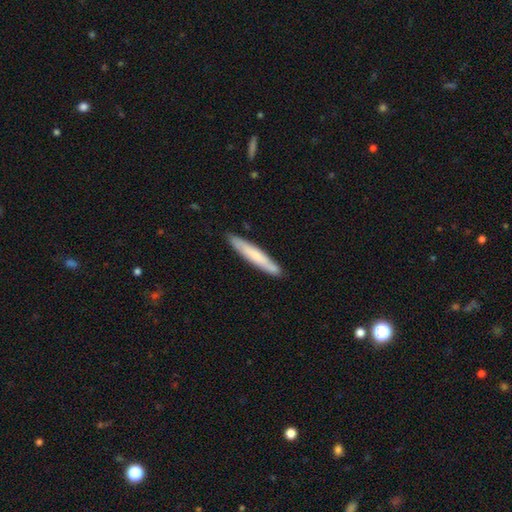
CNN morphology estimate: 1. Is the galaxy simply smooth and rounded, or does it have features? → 66% smooth, 29% featured or disk, 5% star or artifact.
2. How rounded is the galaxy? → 94% cigar-shaped, 5% in between, 1% round.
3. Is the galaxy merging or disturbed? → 87% none, 10% minor disturbance, 2% major disturbance, 1% merger.